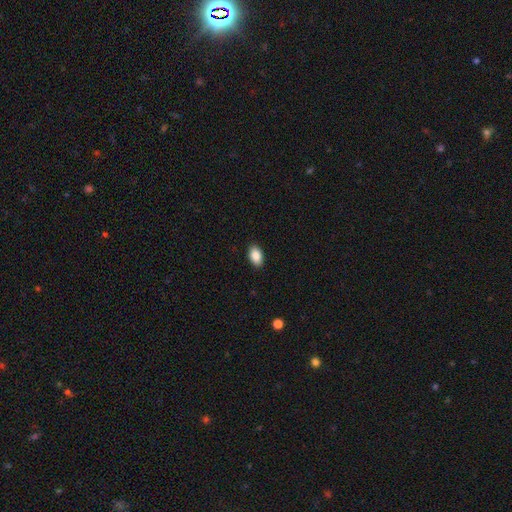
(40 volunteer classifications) smooth_or_featured: smooth (p=0.95) [alt: featured or disk p=0.03]
how_rounded: in between (p=0.89) [alt: round p=0.08]
merging: none (p=0.97) [alt: major disturbance p=0.03]